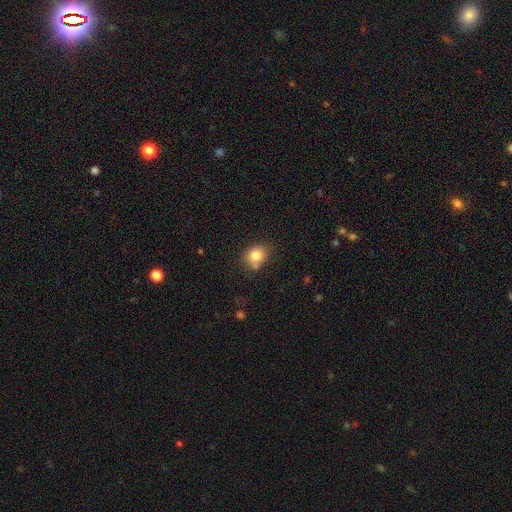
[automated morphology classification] Smooth or featured: smooth — 81% (star or artifact — 10%)
How rounded: round — 65% (in between — 34%)
Merging: none — 70% (minor disturbance — 18%)